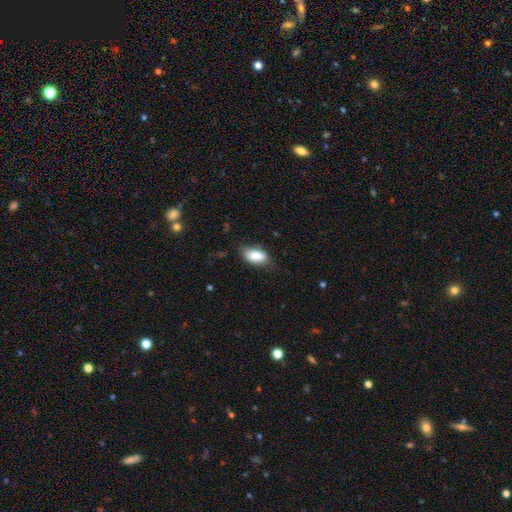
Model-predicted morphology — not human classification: Smooth or featured: smooth — 84% (featured or disk — 9%)
How rounded: in between — 91% (cigar-shaped — 5%)
Merging: none — 72% (minor disturbance — 22%)